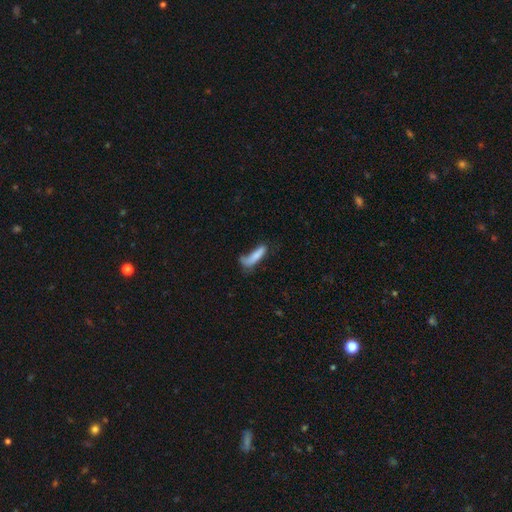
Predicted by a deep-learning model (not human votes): This appears to be a smooth galaxy with no disk features (74%) that is cigar-shaped (74%). Merging: none (43%).